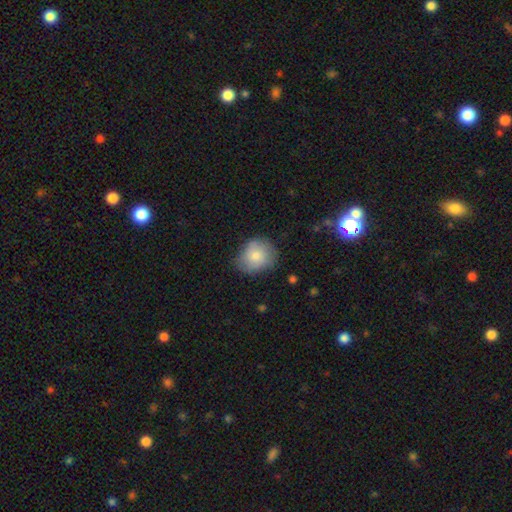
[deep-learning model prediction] Morphology: type=smooth (79%); roundness=round (66%); merging=none (63%).